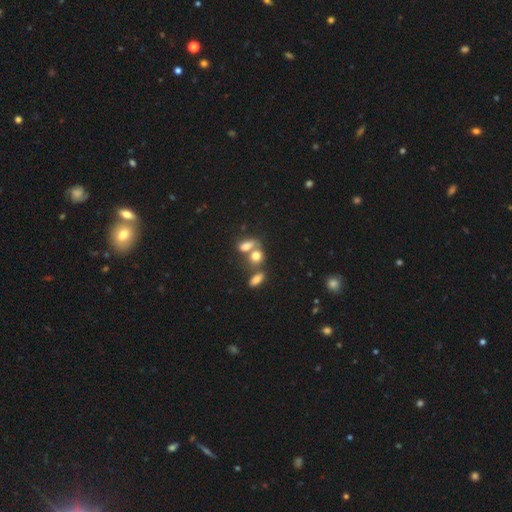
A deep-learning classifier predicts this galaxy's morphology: This is likely a smooth galaxy (73%). How rounded: likely in between (62%). Merging: possibly merger (50%).